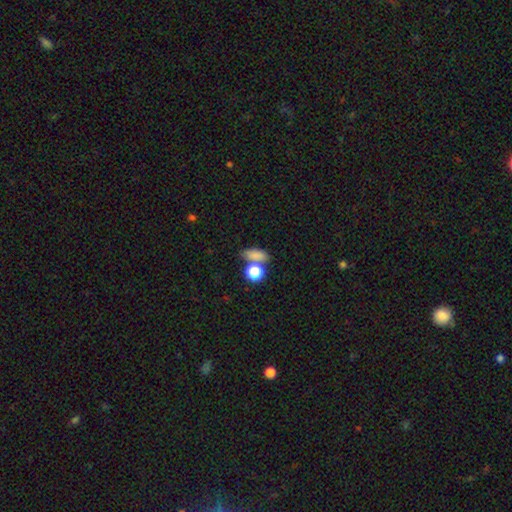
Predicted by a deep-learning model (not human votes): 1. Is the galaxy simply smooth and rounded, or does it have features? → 79% smooth, 13% star or artifact, 8% featured or disk.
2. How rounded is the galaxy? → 58% in between, 29% round, 13% cigar-shaped.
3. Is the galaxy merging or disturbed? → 58% none, 24% merger, 12% minor disturbance, 6% major disturbance.